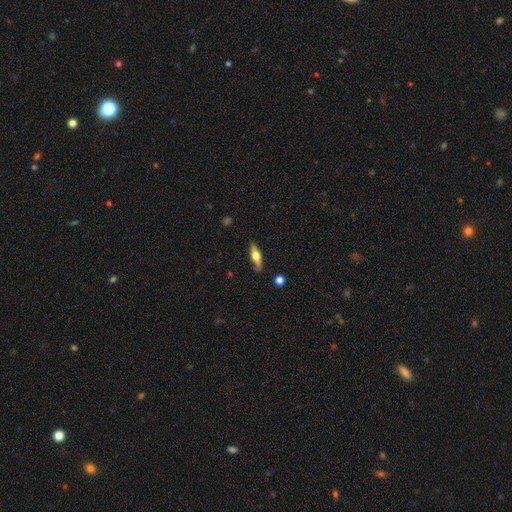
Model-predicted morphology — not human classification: Smooth or featured? featured or disk (57%)
Edge-on disk? yes (91%)
Edge-on bulge? rounded (94%)
Merging? none (83%)